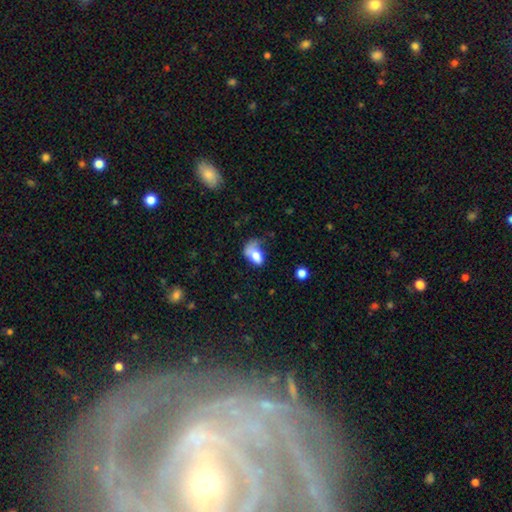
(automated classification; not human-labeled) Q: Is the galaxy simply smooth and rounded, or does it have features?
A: smooth — 72%.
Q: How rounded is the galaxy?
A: in between — 87%.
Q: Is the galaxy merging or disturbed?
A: major disturbance — 39%.